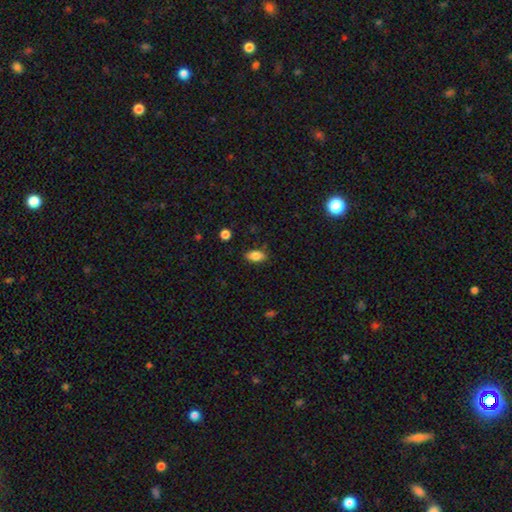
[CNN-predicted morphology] Smooth or featured: smooth — 83% (featured or disk — 9%)
How rounded: in between — 90% (cigar-shaped — 5%)
Merging: none — 84% (minor disturbance — 12%)